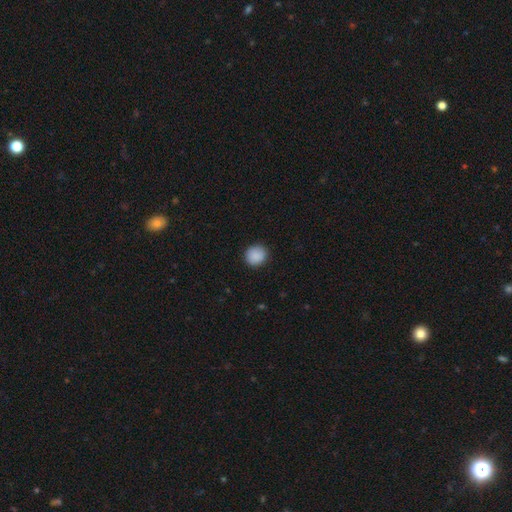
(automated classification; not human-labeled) smooth-or-featured: smooth: 90% | star or artifact: 8% | featured or disk: 3%
  how-rounded: round: 88% | in between: 11% | cigar-shaped: 1%
  merging: none: 90% | minor disturbance: 7% | major disturbance: 2% | merger: 1%